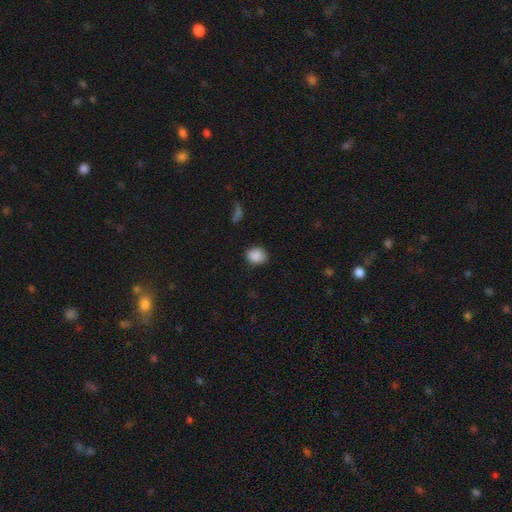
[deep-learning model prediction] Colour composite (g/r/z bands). It shows a smooth galaxy with no disk features (88%) that is round (50%). Merging: none (82%).